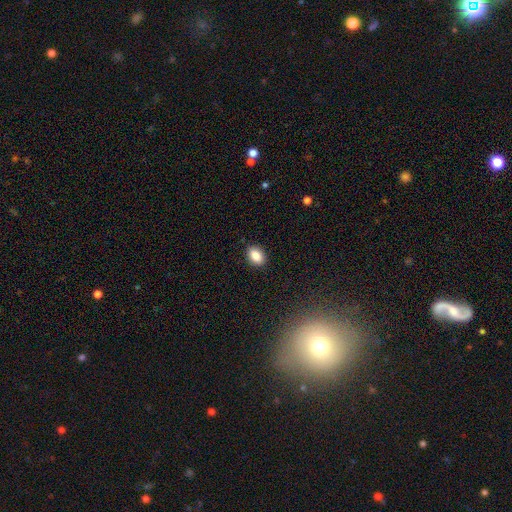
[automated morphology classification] type=smooth (86%); roundness=in between (80%); merging=none (89%).